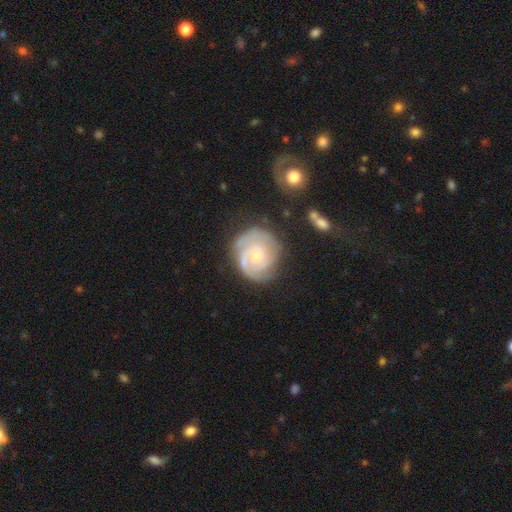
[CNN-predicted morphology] smooth-or-featured: featured or disk: 83% | smooth: 12% | star or artifact: 5%
  disk-edge-on: no: 98% | yes: 2%
    bar: no: 74% | weak: 22% | strong: 4%
    has-spiral-arms: yes: 95% | no: 5%
      spiral-winding: tight: 71% | medium: 23% | loose: 6%
      spiral-arm-count: 2: 41% | can't tell: 23% | 3: 21% | 1: 7% | 4: 5% | more than 4: 4%
    bulge-size: small: 73% | moderate: 22% | none: 2% | large: 1% | dominant: 1%
  merging: none: 69% | minor disturbance: 19% | major disturbance: 9% | merger: 3%